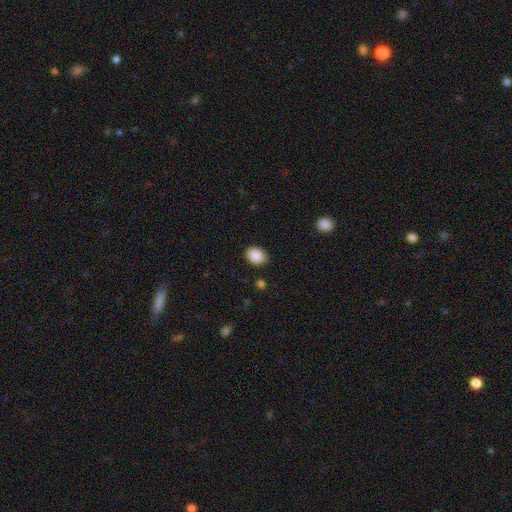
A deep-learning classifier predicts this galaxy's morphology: smooth_or_featured: smooth (p=0.89) [alt: star or artifact p=0.08]
how_rounded: in between (p=0.63) [alt: round p=0.36]
merging: none (p=0.83) [alt: minor disturbance p=0.13]